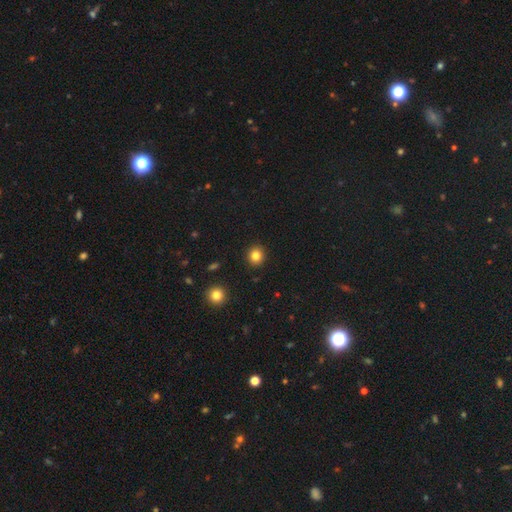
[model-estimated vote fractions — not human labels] smooth_or_featured: smooth (p=0.83) [alt: star or artifact p=0.12]
how_rounded: round (p=0.86) [alt: in between p=0.13]
merging: none (p=0.91) [alt: minor disturbance p=0.05]